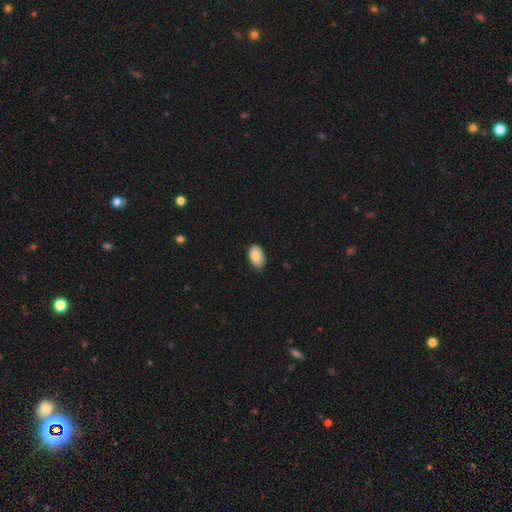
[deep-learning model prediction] A smooth galaxy with no disk features (84%) that is in between round and cigar-shaped (92%). Merging: none (86%).